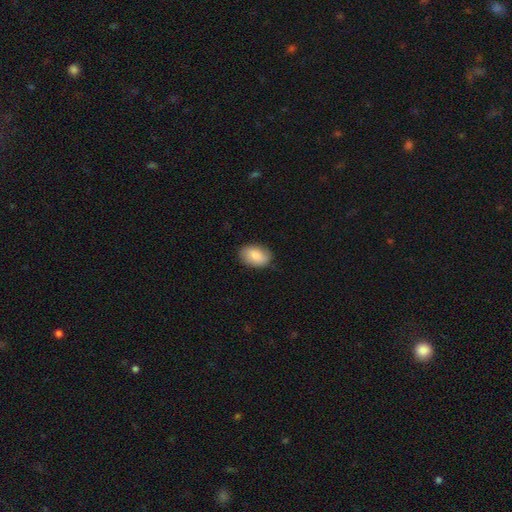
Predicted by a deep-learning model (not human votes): Smooth or featured? Predicted: smooth (p=0.82). How rounded? Predicted: in between (p=0.87). Merging? Predicted: none (p=0.85).